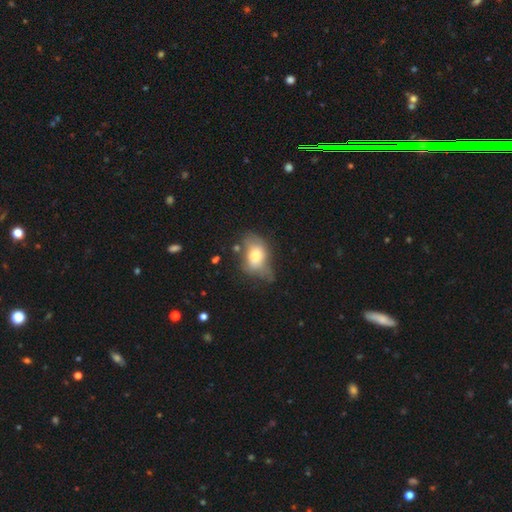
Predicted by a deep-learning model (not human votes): Morphology: type=smooth (66%); roundness=in between (83%); merging=minor disturbance (36%).